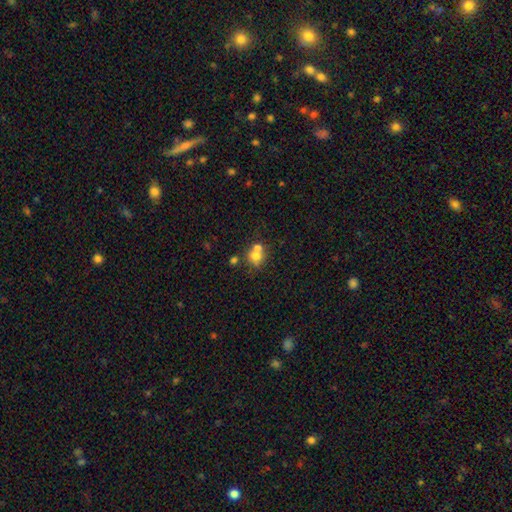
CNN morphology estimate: Overall: smooth (68%). How rounded: round (74%). Merging: merger (50%; none 39%).